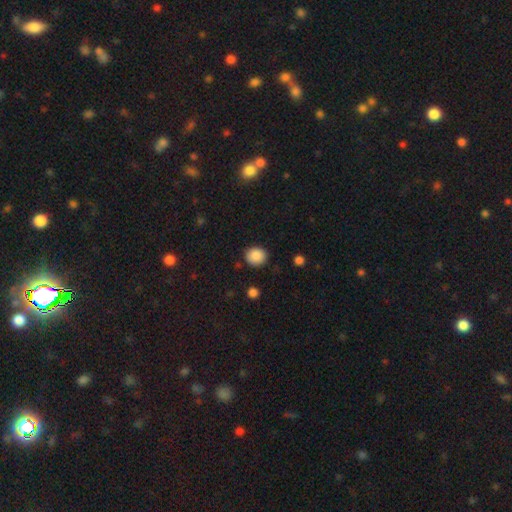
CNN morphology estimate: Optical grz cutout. It shows a smooth galaxy with no disk features (88%) that is round (78%). Merging: none (87%).